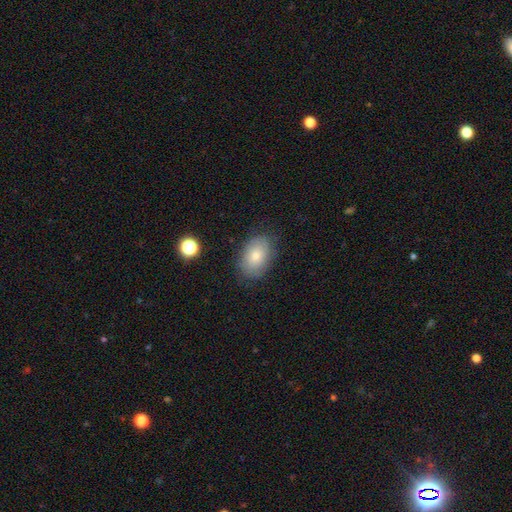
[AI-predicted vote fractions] Q: Smooth or featured?
A: smooth (76%); runner-up: featured or disk (16%)
Q: How rounded?
A: in between (85%); runner-up: round (14%)
Q: Merging?
A: none (79%); runner-up: minor disturbance (15%)